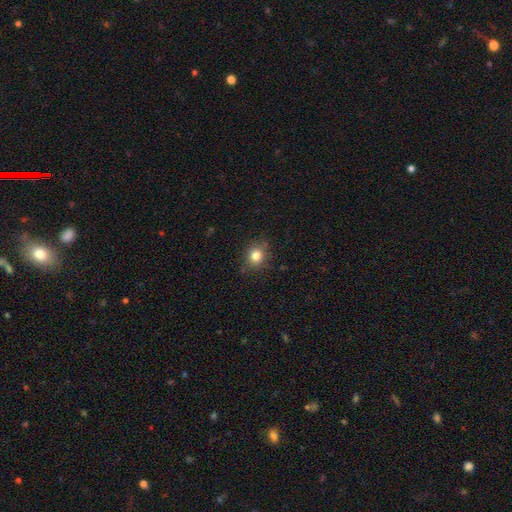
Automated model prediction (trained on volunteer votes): Smooth or featured? Predicted: smooth (p=0.81). How rounded? Predicted: round (p=0.74). Merging? Predicted: none (p=0.83).